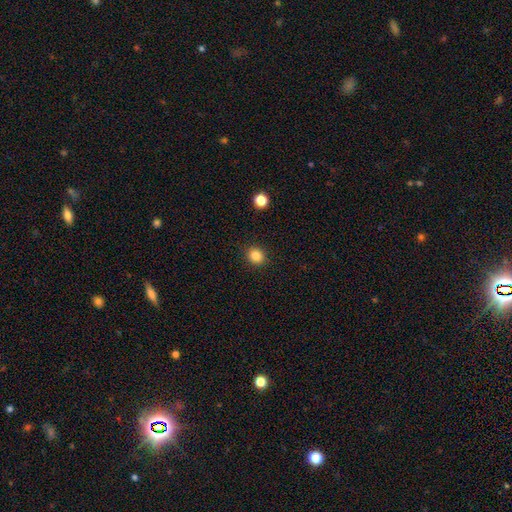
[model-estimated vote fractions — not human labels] smooth-or-featured: smooth: 84% | star or artifact: 11% | featured or disk: 5%
  how-rounded: round: 77% | in between: 22% | cigar-shaped: 1%
  merging: none: 91% | minor disturbance: 6% | major disturbance: 2% | merger: 1%